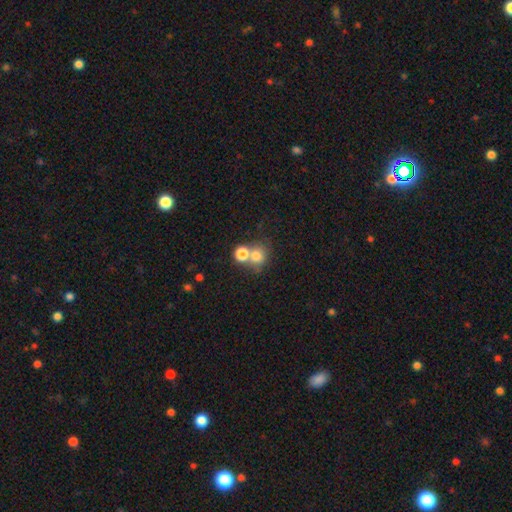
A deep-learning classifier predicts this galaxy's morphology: This appears to be a smooth galaxy with no disk features (75%) that is round (77%). Merging: none (45%).